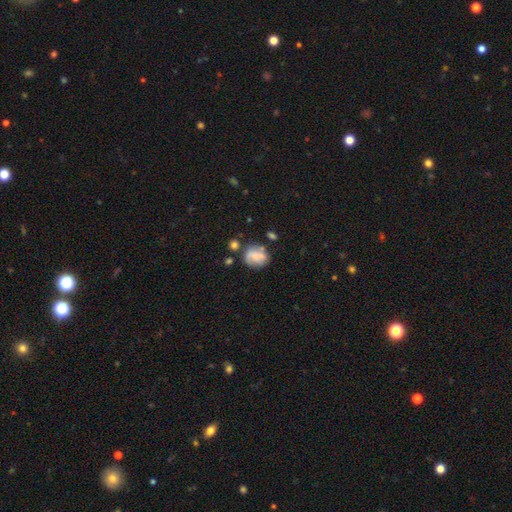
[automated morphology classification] smooth_or_featured: smooth (p=0.61) [alt: featured or disk p=0.29]
how_rounded: round (p=0.56) [alt: in between p=0.42]
merging: none (p=0.48) [alt: minor disturbance p=0.25]